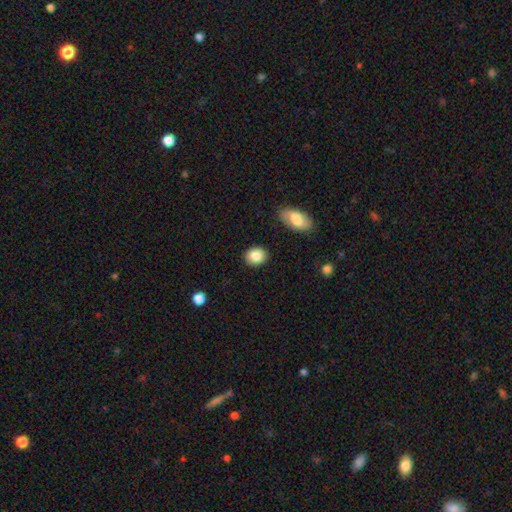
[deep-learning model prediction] Smooth or featured: smooth — 86% (star or artifact — 8%)
How rounded: round — 55% (in between — 44%)
Merging: none — 88% (minor disturbance — 8%)